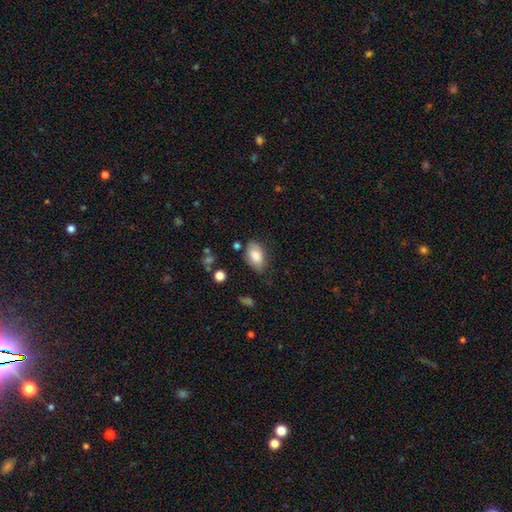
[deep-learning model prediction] smooth_or_featured: smooth (p=0.82) [alt: featured or disk p=0.11]
how_rounded: in between (p=0.92) [alt: round p=0.07]
merging: none (p=0.69) [alt: minor disturbance p=0.22]